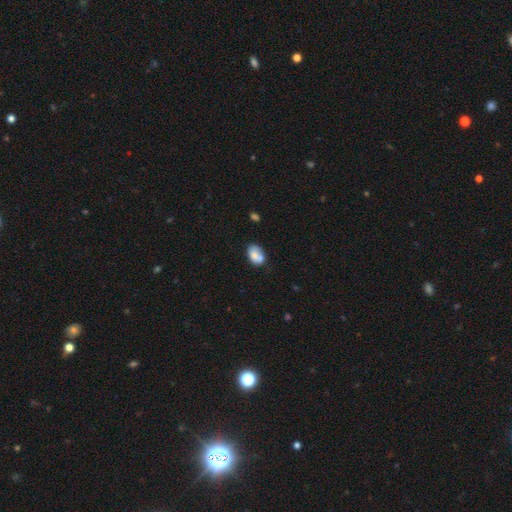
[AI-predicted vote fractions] Smooth or featured? smooth (73%)
How rounded? in between (84%)
Merging? none (44%)